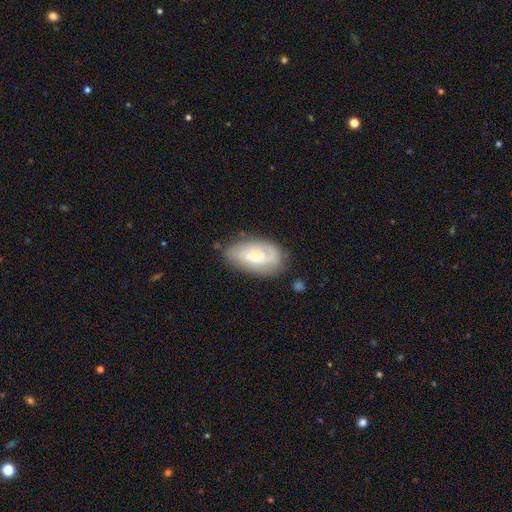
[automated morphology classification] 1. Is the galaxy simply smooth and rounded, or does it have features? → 63% featured or disk, 30% smooth, 6% star or artifact.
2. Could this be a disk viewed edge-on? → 94% no, 6% yes.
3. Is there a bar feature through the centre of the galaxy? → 59% no, 34% weak, 7% strong.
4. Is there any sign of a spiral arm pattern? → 83% yes, 17% no.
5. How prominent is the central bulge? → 53% small, 41% moderate, 3% large, 2% none, 1% dominant.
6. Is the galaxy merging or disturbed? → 73% none, 20% minor disturbance, 6% major disturbance, 2% merger.